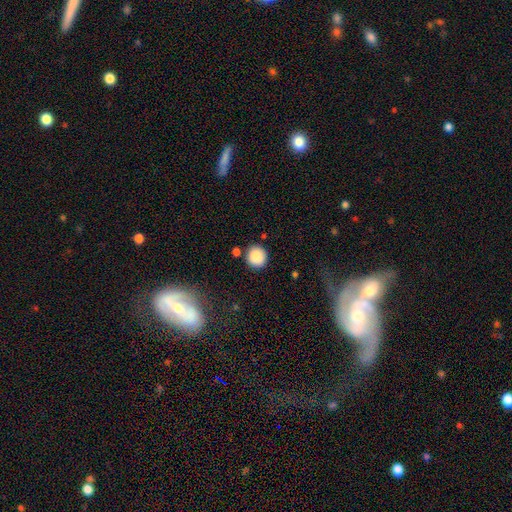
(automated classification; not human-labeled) A smooth galaxy with no disk features (87%) that is round (91%).

Vote fractions:
- Smooth or featured? smooth: 87% / star or artifact: 9% / featured or disk: 4%
- How rounded? round: 91% / in between: 8% / cigar-shaped: 1%
- Merging? none: 84% / minor disturbance: 9% / merger: 5% / major disturbance: 3%